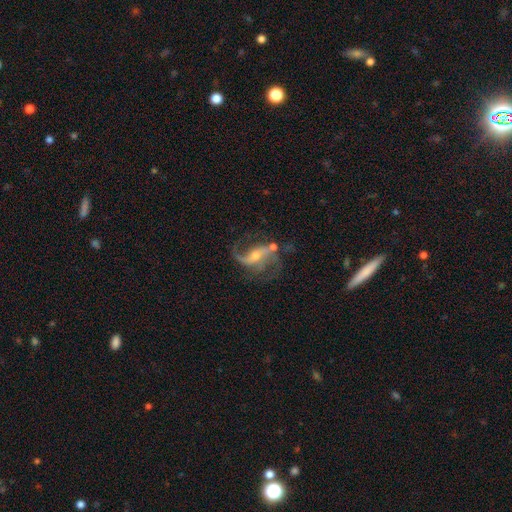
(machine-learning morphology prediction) featured or disk 85%, star or artifact 8%, smooth 7%. Down the decision tree: edge-on disk — no (96%); bar — weak (41%); spiral arms — yes (95%); spiral arm count — 2 (68%); spiral winding — loose (63%); bulge size — moderate (46%, tied with small); merging — none (53%).